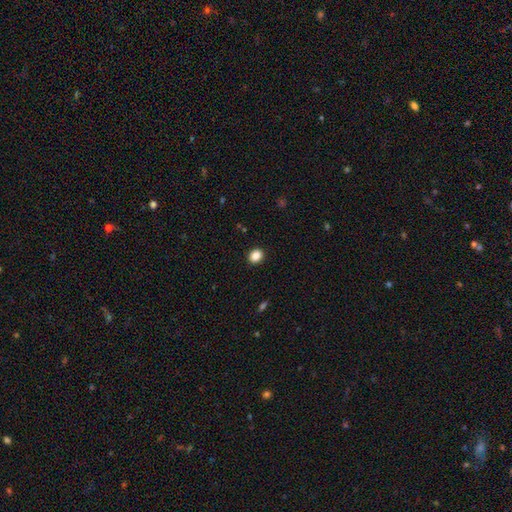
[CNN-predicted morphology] Smooth or featured? Predicted: smooth (p=0.87). How rounded? Predicted: round (p=0.62). Merging? Predicted: none (p=0.91).